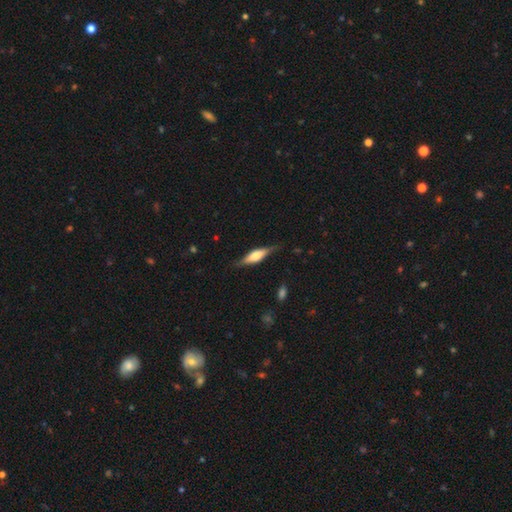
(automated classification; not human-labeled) Overall: featured or disk (60%; smooth 34%). Edge-on disk: yes (95%). Edge-on bulge: rounded (69%). Merging: none (81%).